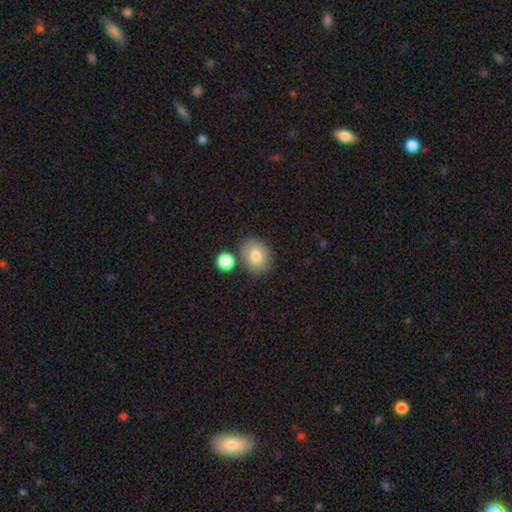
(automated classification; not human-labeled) A smooth galaxy with no disk features (78%) that is round (53%).

Vote fractions:
- Smooth or featured? smooth: 78% / featured or disk: 13% / star or artifact: 9%
- How rounded? round: 53% / in between: 46% / cigar-shaped: 1%
- Merging? none: 71% / minor disturbance: 14% / merger: 12% / major disturbance: 4%